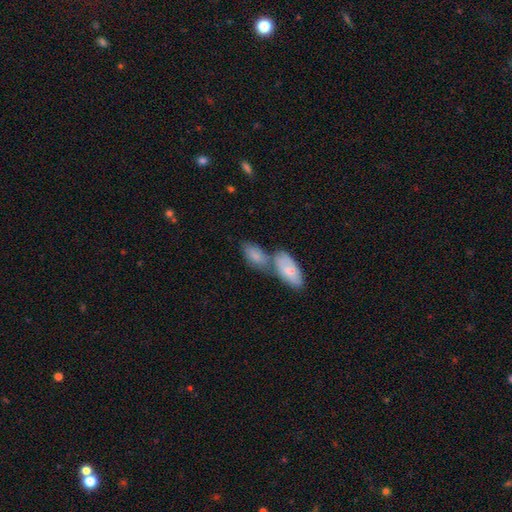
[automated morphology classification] smooth_or_featured: smooth (p=0.75) [alt: featured or disk p=0.18]
how_rounded: in between (p=0.89) [alt: cigar-shaped p=0.07]
merging: merger (p=0.53) [alt: none p=0.30]